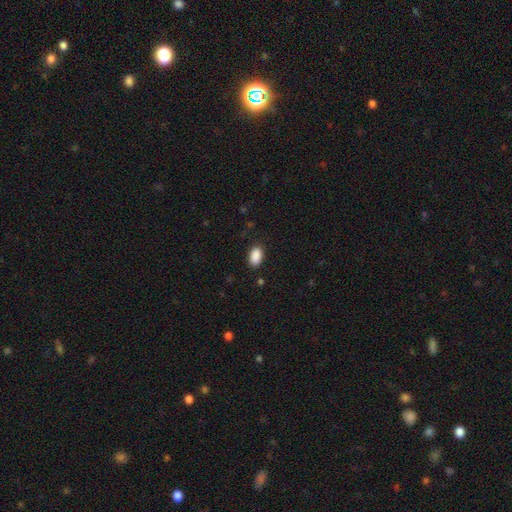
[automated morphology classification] The model was most divided on "merging": none: 85%, minor disturbance: 11%, major disturbance: 3%, merger: 1%. More confident: how rounded — in between (92%); smooth or featured — smooth (90%).